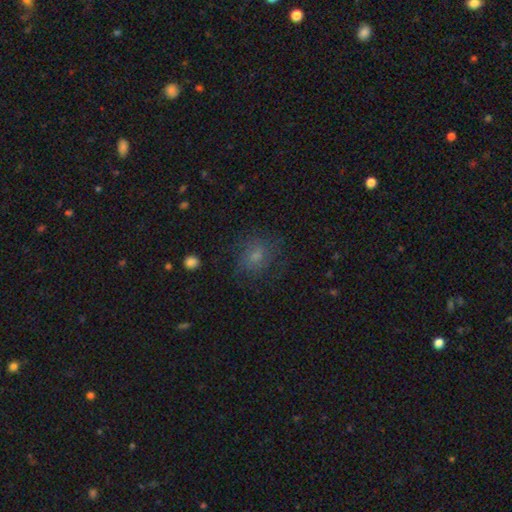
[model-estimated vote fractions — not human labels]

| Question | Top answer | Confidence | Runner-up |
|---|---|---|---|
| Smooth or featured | smooth | 59% | featured or disk (24%) |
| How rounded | round | 65% | in between (34%) |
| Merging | none | 70% | minor disturbance (18%) |